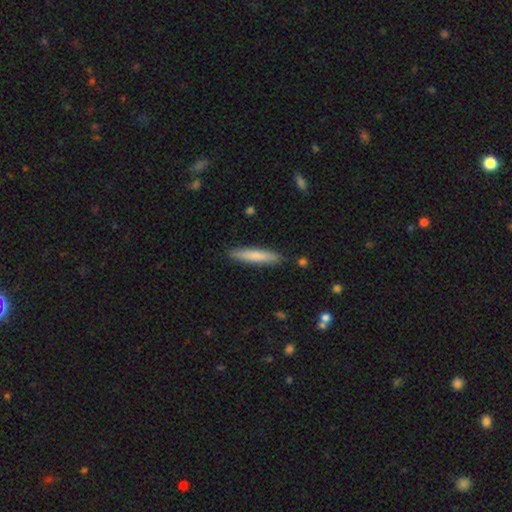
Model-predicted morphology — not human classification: smooth-or-featured: smooth: 77% | featured or disk: 18% | star or artifact: 5%
  how-rounded: cigar-shaped: 89% | in between: 10% | round: 1%
  merging: none: 88% | minor disturbance: 9% | major disturbance: 2% | merger: 2%